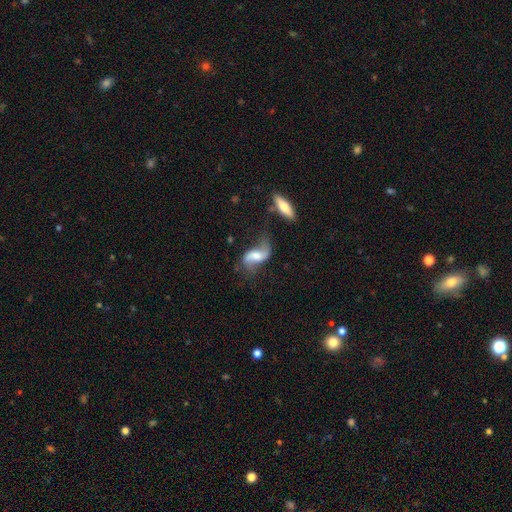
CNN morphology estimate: featured or disk 78%, smooth 16%, star or artifact 7%. Down the decision tree: edge-on disk — no (94%); bar — weak (42%); spiral arms — yes (93%); spiral arm count — 2 (91%); spiral winding — loose (83%); bulge size — moderate (43%); merging — none (57%).